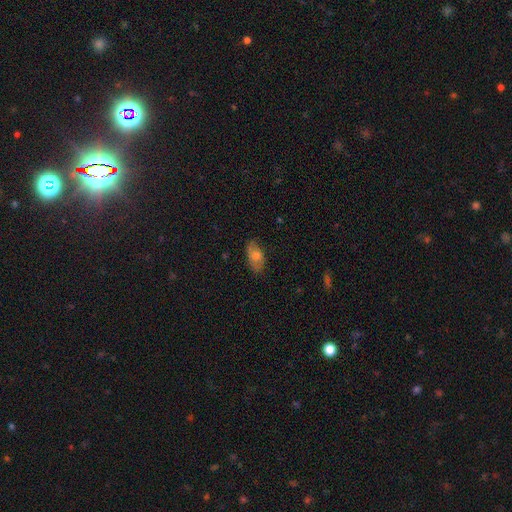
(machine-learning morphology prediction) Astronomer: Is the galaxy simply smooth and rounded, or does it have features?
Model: smooth — 58%.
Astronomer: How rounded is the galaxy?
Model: in between — 90%.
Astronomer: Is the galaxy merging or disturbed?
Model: none — 76%.